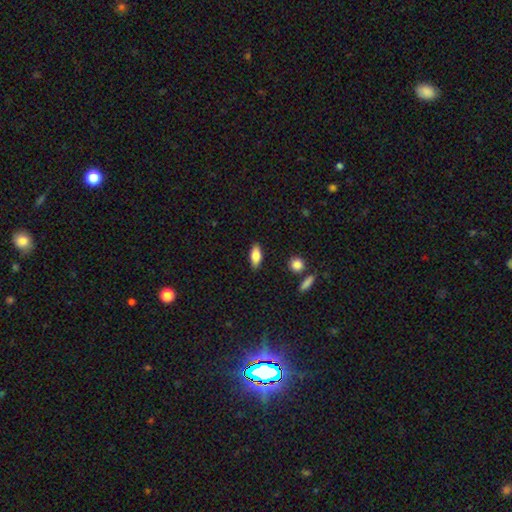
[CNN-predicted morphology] smooth_or_featured: smooth (p=0.80) [alt: featured or disk p=0.13]
how_rounded: in between (p=0.81) [alt: cigar-shaped p=0.16]
merging: none (p=0.87) [alt: minor disturbance p=0.09]